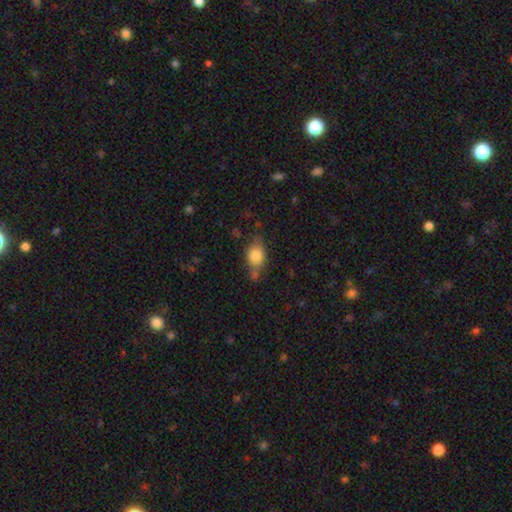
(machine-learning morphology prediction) smooth-or-featured: smooth: 80% | featured or disk: 12% | star or artifact: 9%
  how-rounded: in between: 64% | round: 33% | cigar-shaped: 3%
  merging: none: 55% | minor disturbance: 26% | merger: 11% | major disturbance: 8%